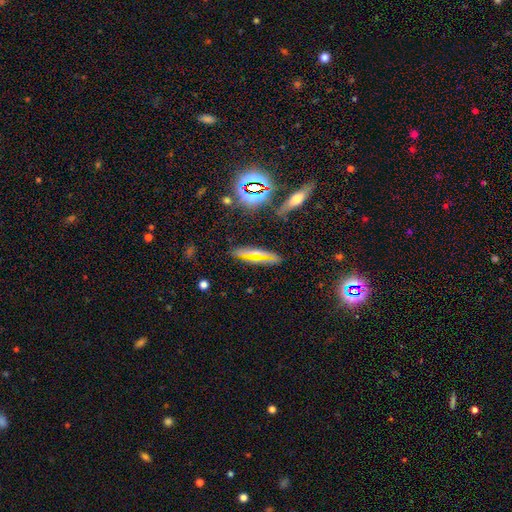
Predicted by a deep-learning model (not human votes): Q: Smooth or featured?
A: featured or disk (41%); runner-up: smooth (39%)
Q: Merging?
A: none (73%); runner-up: minor disturbance (17%)